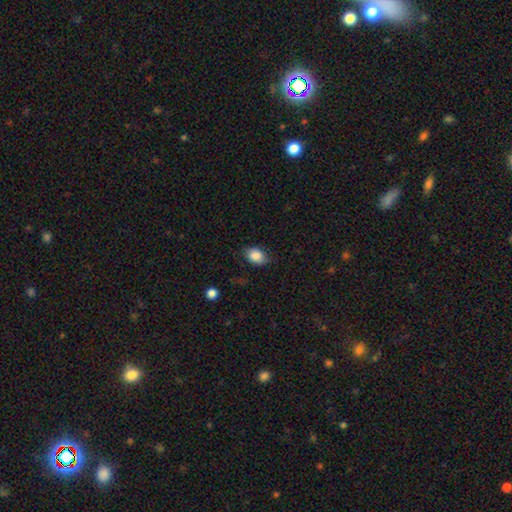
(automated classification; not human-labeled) Smooth or featured: smooth — 85% (star or artifact — 8%)
How rounded: in between — 78% (round — 21%)
Merging: none — 76% (minor disturbance — 18%)